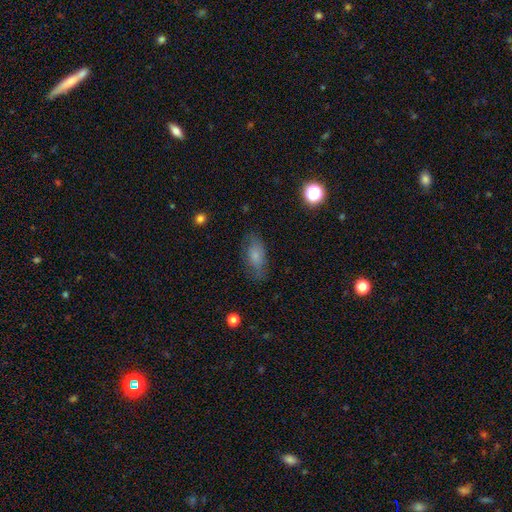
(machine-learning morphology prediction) smooth_or_featured: smooth (p=0.72) [alt: featured or disk p=0.18]
how_rounded: in between (p=0.88) [alt: cigar-shaped p=0.06]
merging: none (p=0.71) [alt: minor disturbance p=0.20]